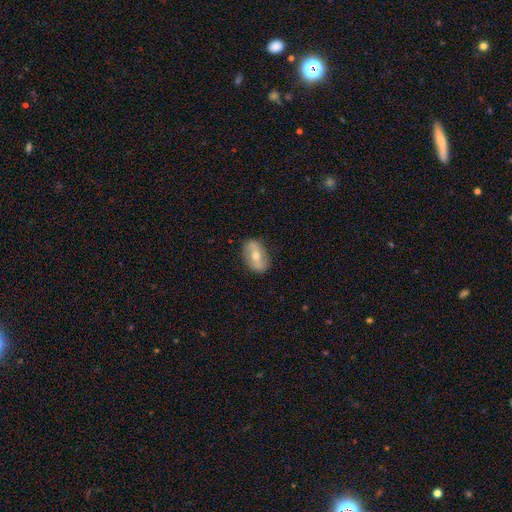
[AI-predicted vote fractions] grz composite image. It shows a featured or disk galaxy (54%). Merging: none (84%).